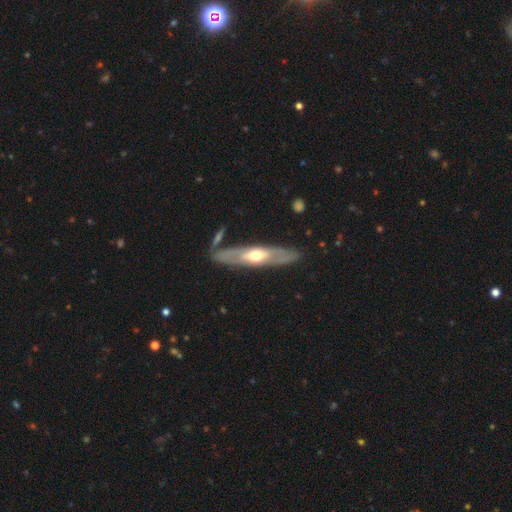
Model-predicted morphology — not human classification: This is likely a featured or disk galaxy (67%). It is possibly viewed edge-on (51%). Merging: clearly none (82%).